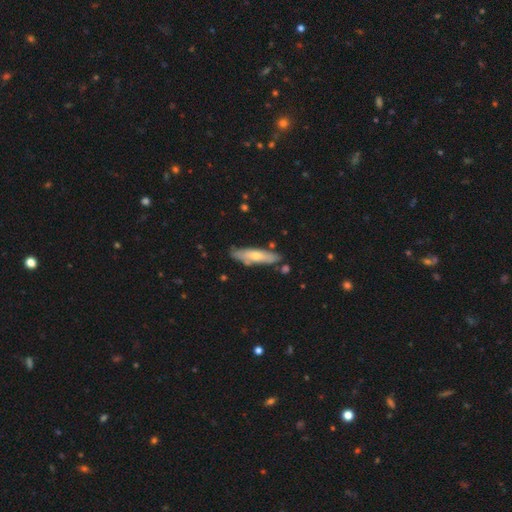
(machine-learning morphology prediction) smooth_or_featured: smooth (p=0.50) [alt: featured or disk p=0.44]
merging: none (p=0.80) [alt: minor disturbance p=0.14]